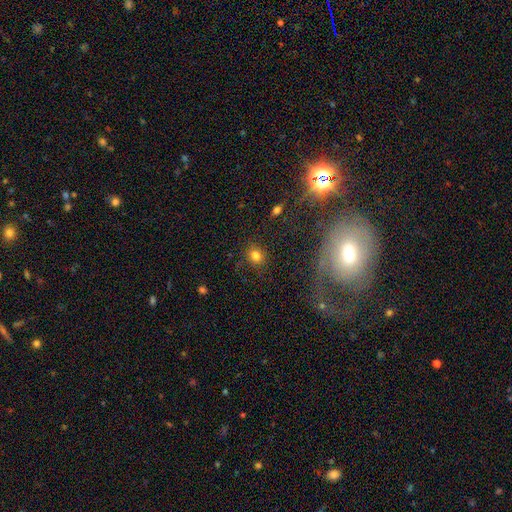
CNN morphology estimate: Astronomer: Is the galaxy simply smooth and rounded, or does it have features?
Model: smooth — 79%.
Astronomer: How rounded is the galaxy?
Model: round — 77%.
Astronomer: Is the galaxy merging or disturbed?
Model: none — 83%.